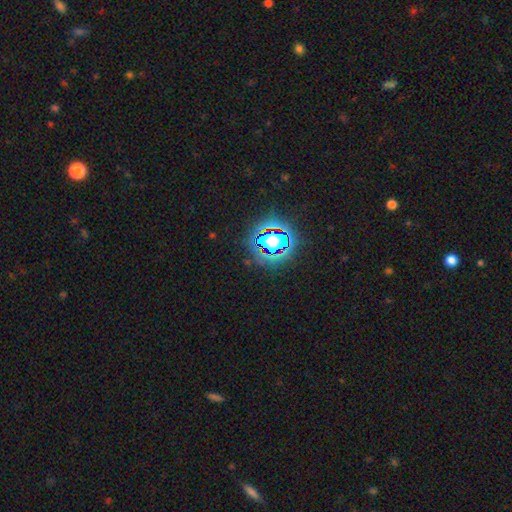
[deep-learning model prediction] This appears to be a star or artifact, not a galaxy (81%).